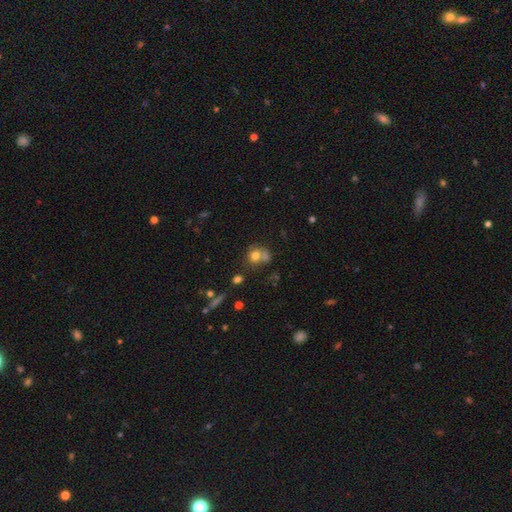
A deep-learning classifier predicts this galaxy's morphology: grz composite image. It shows a smooth galaxy with no disk features (72%) that is round (73%). Merging: none (42%).